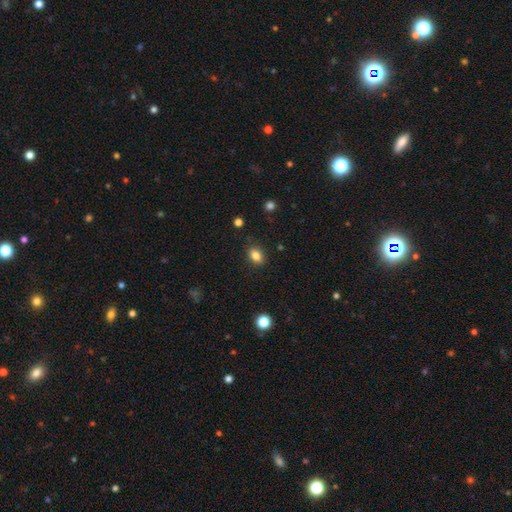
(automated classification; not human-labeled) This appears to be a smooth galaxy with no disk features (84%) that is in between round and cigar-shaped (74%). Merging: none (85%).